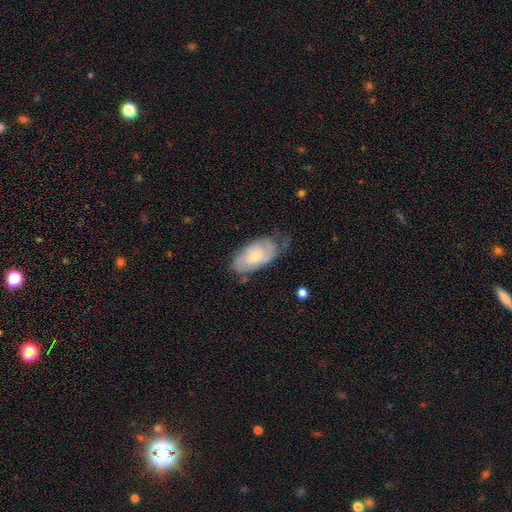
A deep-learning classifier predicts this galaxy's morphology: This appears to be a featured or disk galaxy (54%) with no bar (72%), spiral arms (78%) and a small central bulge (52%). Merging: none (53%).